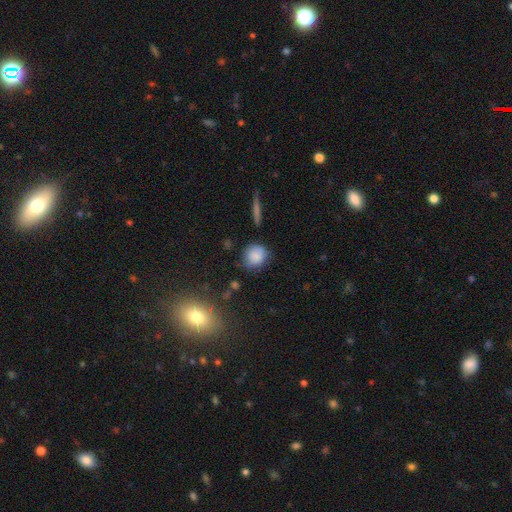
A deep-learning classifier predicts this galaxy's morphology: Smooth or featured: smooth — 82% (star or artifact — 10%)
How rounded: round — 82% (in between — 16%)
Merging: none — 70% (minor disturbance — 22%)